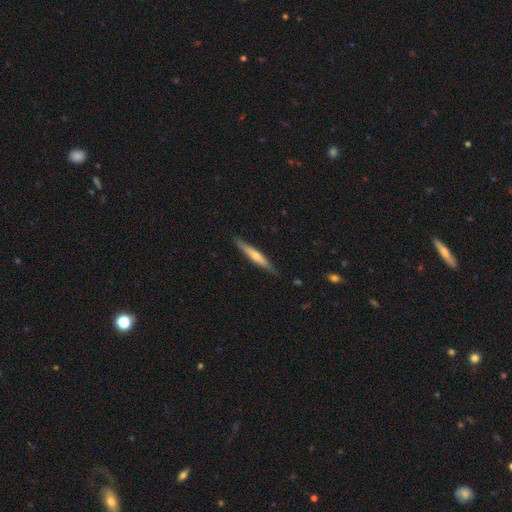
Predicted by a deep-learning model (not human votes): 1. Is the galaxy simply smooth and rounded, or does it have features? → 50% smooth, 44% featured or disk, 5% star or artifact.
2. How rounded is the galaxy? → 93% cigar-shaped, 6% in between, 1% round.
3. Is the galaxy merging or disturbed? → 86% none, 11% minor disturbance, 2% major disturbance, 1% merger.